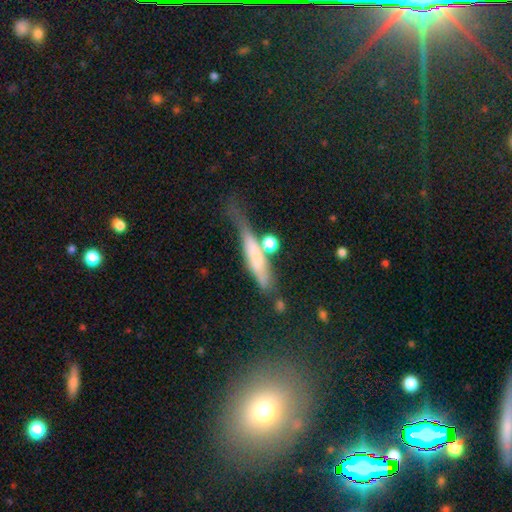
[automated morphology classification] Q: Smooth or featured?
A: smooth (55%); runner-up: featured or disk (36%)
Q: How rounded?
A: cigar-shaped (84%); runner-up: in between (13%)
Q: Merging?
A: none (40%); runner-up: minor disturbance (29%)